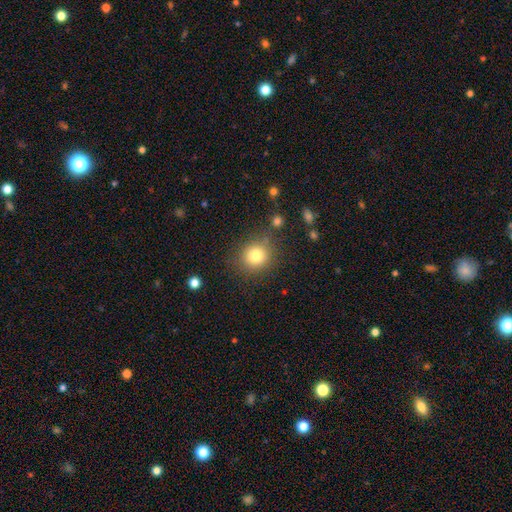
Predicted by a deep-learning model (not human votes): A smooth galaxy with no disk features (79%) that is round (86%).

Vote fractions:
- Smooth or featured? smooth: 79% / star or artifact: 12% / featured or disk: 8%
- How rounded? round: 86% / in between: 13% / cigar-shaped: 1%
- Merging? none: 82% / minor disturbance: 11% / major disturbance: 4% / merger: 3%